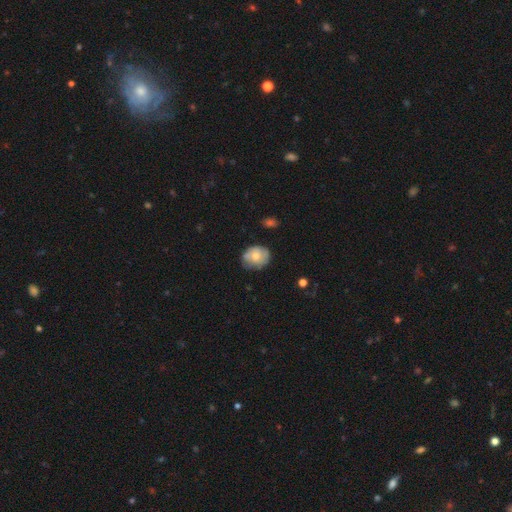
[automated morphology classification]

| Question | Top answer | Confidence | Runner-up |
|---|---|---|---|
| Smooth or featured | smooth | 60% | featured or disk (33%) |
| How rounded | round | 54% | in between (45%) |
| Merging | none | 66% | minor disturbance (26%) |